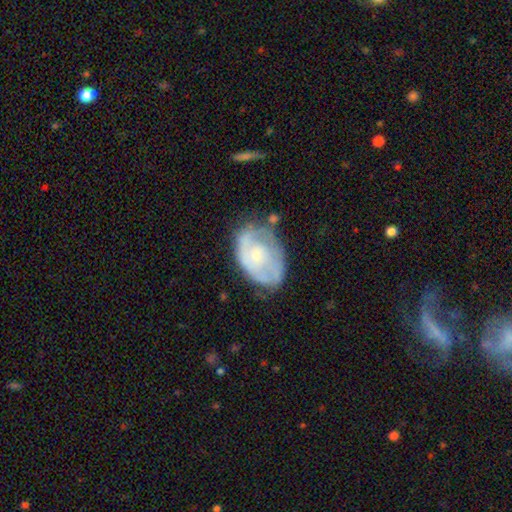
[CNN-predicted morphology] A featured or disk galaxy (62%) with no bar (83%), spiral arms (60%) and a small central bulge (68%).

Vote fractions:
- Smooth or featured? featured or disk: 62% / smooth: 31% / star or artifact: 6%
- Edge-on disk? no: 96% / yes: 4%
- Bar? no: 83% / weak: 15% / strong: 3%
- Spiral arms? yes: 60% / no: 40%
- Bulge size? small: 68% / moderate: 28% / none: 2% / large: 1% / dominant: 1%
- Merging? none: 51% / minor disturbance: 31% / major disturbance: 14% / merger: 4%